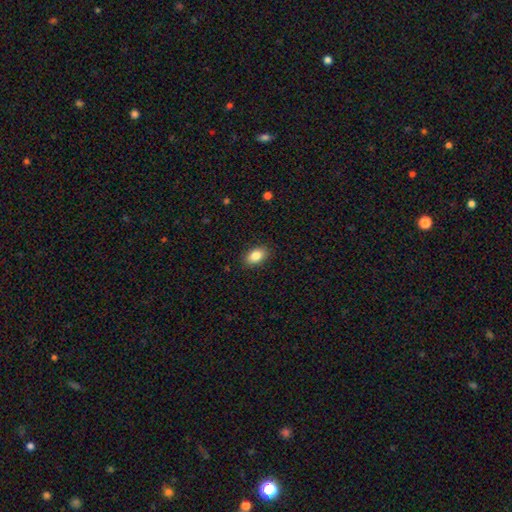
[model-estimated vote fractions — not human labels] Q: Smooth or featured?
A: smooth (85%); runner-up: star or artifact (8%)
Q: How rounded?
A: in between (91%); runner-up: round (8%)
Q: Merging?
A: none (89%); runner-up: minor disturbance (8%)